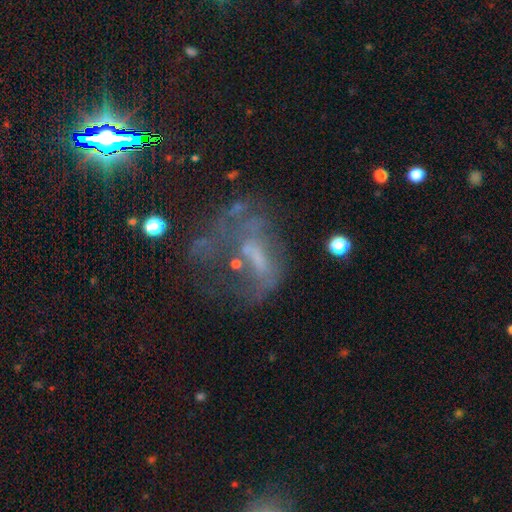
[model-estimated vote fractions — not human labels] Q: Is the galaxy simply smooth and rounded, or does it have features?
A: featured or disk — 58%.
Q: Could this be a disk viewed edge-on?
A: no — 95%.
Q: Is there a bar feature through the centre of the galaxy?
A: no — 62%.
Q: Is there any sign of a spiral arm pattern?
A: no — 68%.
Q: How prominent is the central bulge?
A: none — 53%.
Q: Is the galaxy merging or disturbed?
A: major disturbance — 44%.